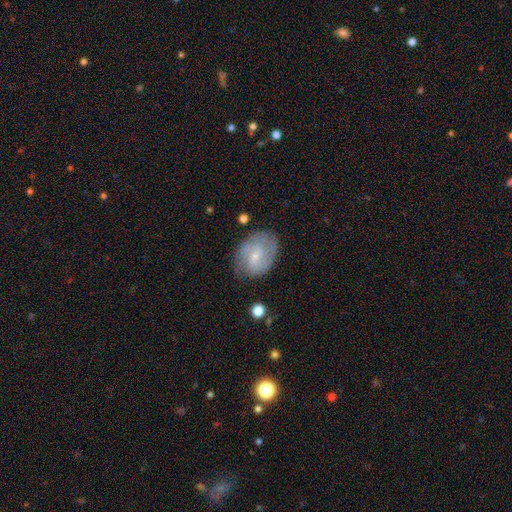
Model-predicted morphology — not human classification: This appears to be a featured or disk galaxy (59%) with a weak bar (49%), spiral arms (83%) and a small central bulge (67%). Merging: none (71%).